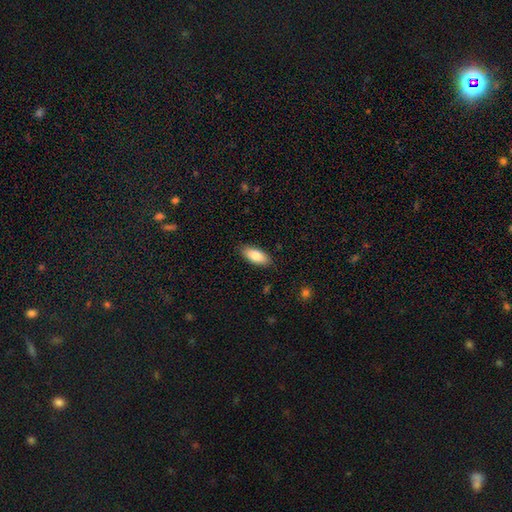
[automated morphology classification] Overall: smooth (80%). How rounded: in between (86%). Merging: none (87%).